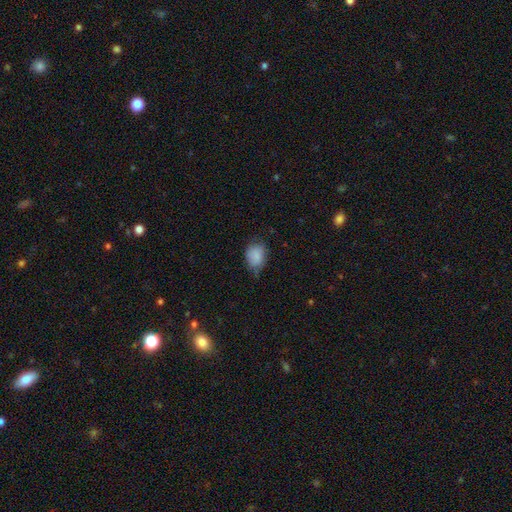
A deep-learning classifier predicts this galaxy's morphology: Overall: smooth (85%). How rounded: in between (63%; round 36%). Merging: none (58%; minor disturbance 33%).